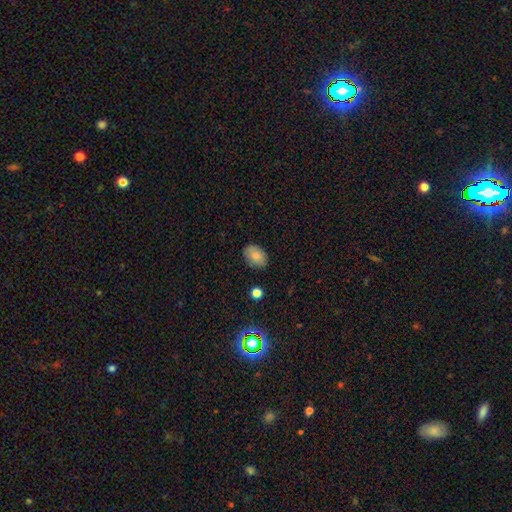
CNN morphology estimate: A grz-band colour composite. It shows a smooth galaxy with no disk features (82%) that is in between round and cigar-shaped (80%). Merging: none (83%).